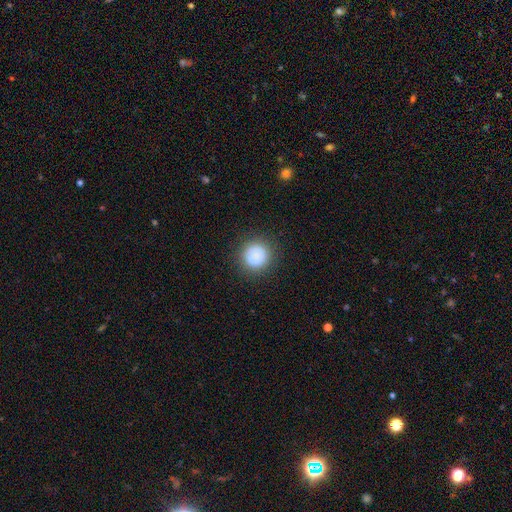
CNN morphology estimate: Overall: smooth (84%). How rounded: round (95%). Merging: none (88%).